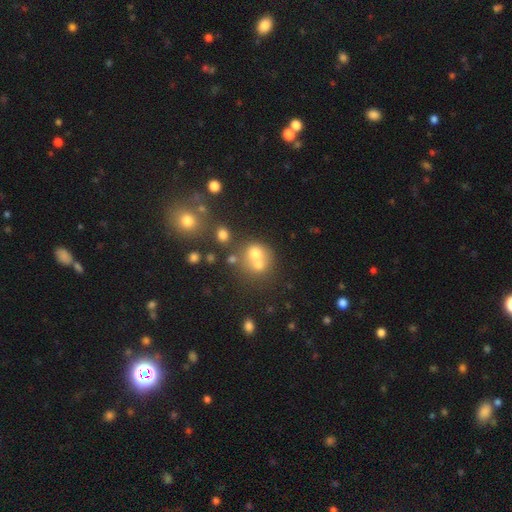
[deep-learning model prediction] Smooth or featured? smooth (63%)
How rounded? round (77%)
Merging? merger (53%)